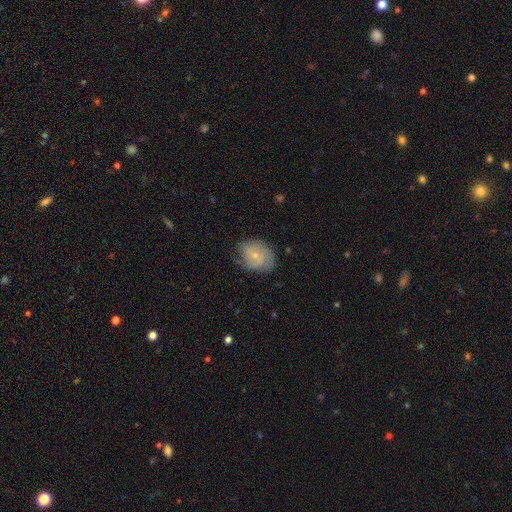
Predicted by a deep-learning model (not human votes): smooth_or_featured: smooth (p=0.57) [alt: featured or disk p=0.36]
how_rounded: in between (p=0.54) [alt: round p=0.45]
merging: none (p=0.61) [alt: minor disturbance p=0.29]